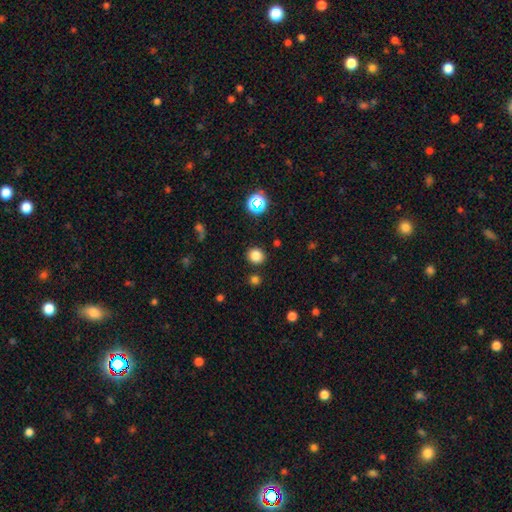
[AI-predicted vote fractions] Smooth or featured?
  - smooth: 81% *
  - star or artifact: 14%
  - featured or disk: 5%
How rounded?
  - round: 86% *
  - in between: 13%
  - cigar-shaped: 1%
Merging?
  - none: 88% *
  - minor disturbance: 6%
  - merger: 3%
  - major disturbance: 2%